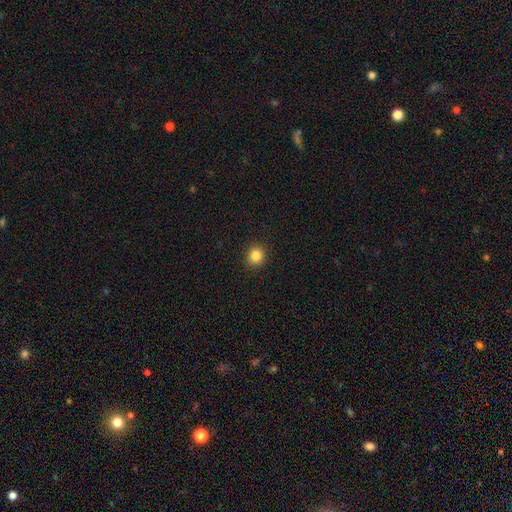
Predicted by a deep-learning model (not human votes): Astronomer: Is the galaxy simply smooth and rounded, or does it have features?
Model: smooth — 84%.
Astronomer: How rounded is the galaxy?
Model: round — 86%.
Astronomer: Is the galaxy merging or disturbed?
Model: none — 91%.